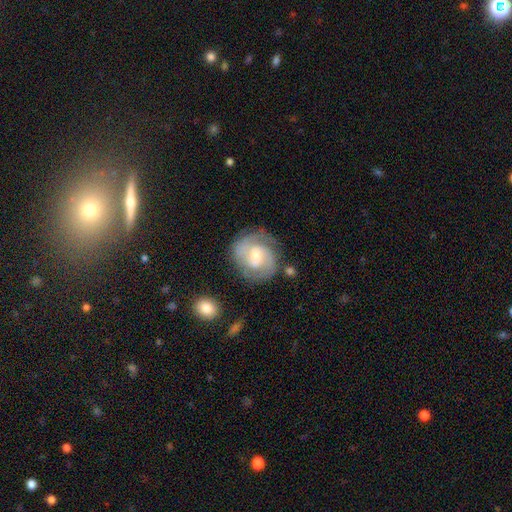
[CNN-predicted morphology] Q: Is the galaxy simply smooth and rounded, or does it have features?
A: featured or disk — 76%.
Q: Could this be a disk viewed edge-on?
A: no — 98%.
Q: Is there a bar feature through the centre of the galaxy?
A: weak — 55%.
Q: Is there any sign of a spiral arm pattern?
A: yes — 92%.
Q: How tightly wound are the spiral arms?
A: medium — 43%, tied with tight.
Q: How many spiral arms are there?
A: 2 — 69%.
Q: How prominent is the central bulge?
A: moderate — 57%.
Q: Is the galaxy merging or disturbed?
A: none — 72%.